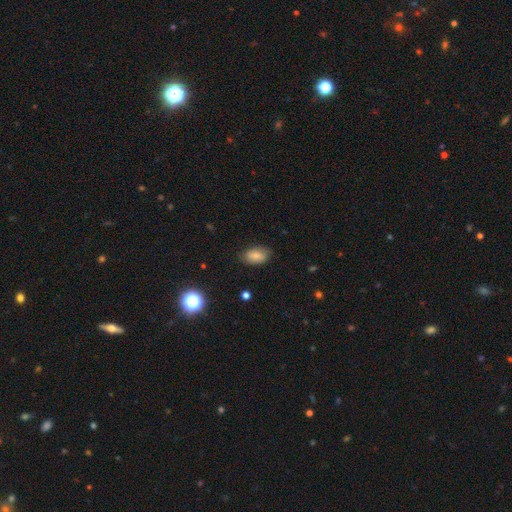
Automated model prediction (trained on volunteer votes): Overall: smooth (79%). How rounded: in between (91%). Merging: none (78%).